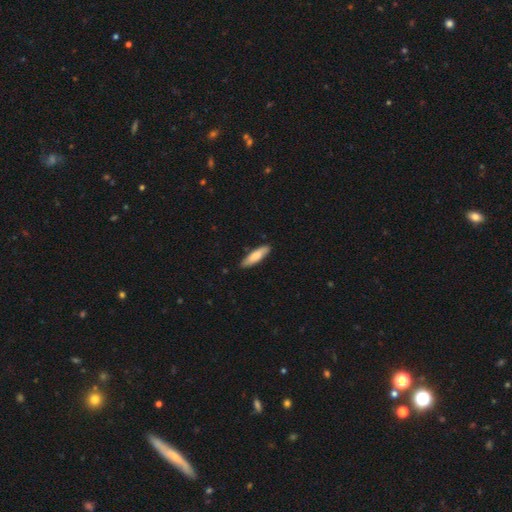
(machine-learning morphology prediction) smooth_or_featured: smooth (p=0.78) [alt: featured or disk p=0.17]
how_rounded: cigar-shaped (p=0.63) [alt: in between p=0.35]
merging: none (p=0.85) [alt: minor disturbance p=0.12]